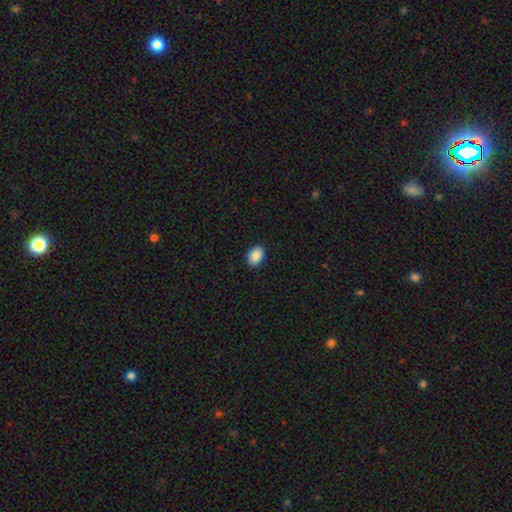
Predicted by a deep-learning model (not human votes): Smooth or featured: smooth — 89% (star or artifact — 7%)
How rounded: in between — 84% (round — 15%)
Merging: none — 89% (minor disturbance — 8%)